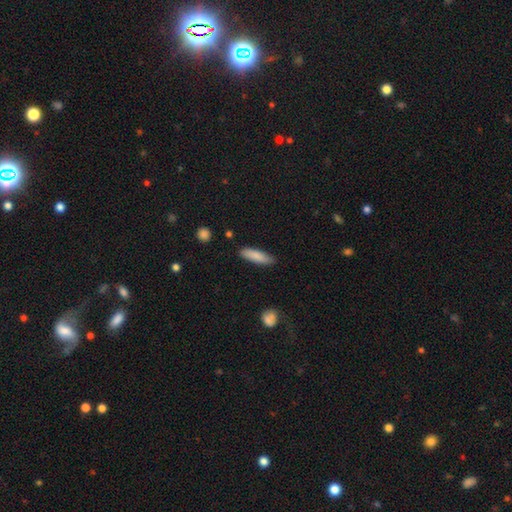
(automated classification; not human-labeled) Smooth or featured? smooth (85%)
How rounded? cigar-shaped (63%)
Merging? none (84%)